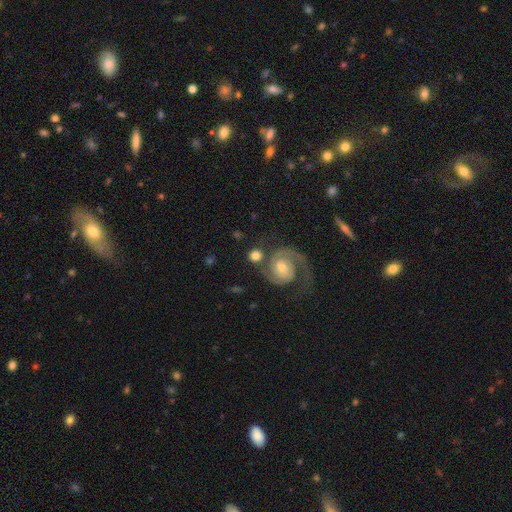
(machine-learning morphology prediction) Q: Smooth or featured?
A: featured or disk (52%); runner-up: smooth (40%)
Q: Edge-on disk?
A: no (96%); runner-up: yes (4%)
Q: Bar?
A: no (55%); runner-up: weak (35%)
Q: Spiral arms?
A: yes (94%); runner-up: no (6%)
Q: Bulge size?
A: moderate (47%); runner-up: small (38%)
Q: Merging?
A: none (63%); runner-up: merger (20%)